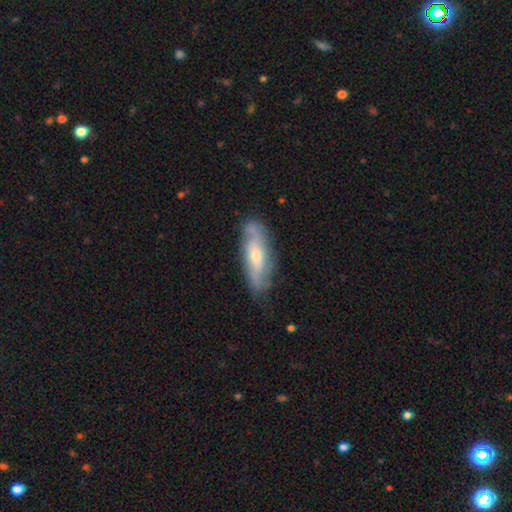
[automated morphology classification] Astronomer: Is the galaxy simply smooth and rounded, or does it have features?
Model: featured or disk — 62%.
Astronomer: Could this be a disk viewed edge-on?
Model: no — 70%.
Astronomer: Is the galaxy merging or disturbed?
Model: none — 73%.